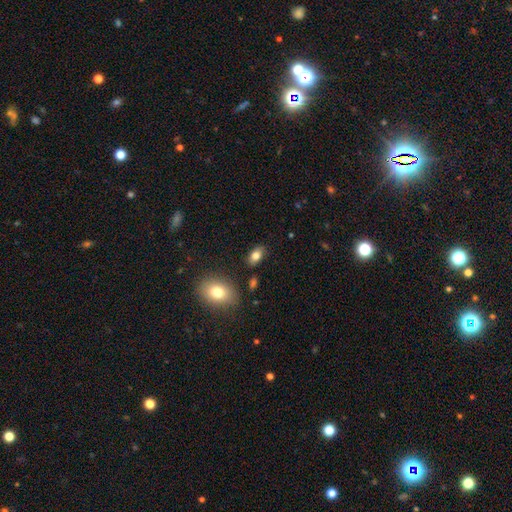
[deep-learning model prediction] Q: Smooth or featured?
A: smooth (80%); runner-up: featured or disk (11%)
Q: How rounded?
A: in between (88%); runner-up: round (9%)
Q: Merging?
A: none (84%); runner-up: minor disturbance (10%)